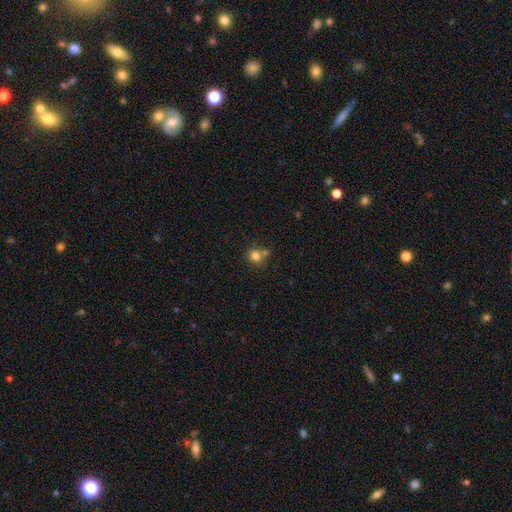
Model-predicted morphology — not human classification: This is likely a smooth galaxy (79%). How rounded: clearly round (82%). Merging: possibly none (58%).